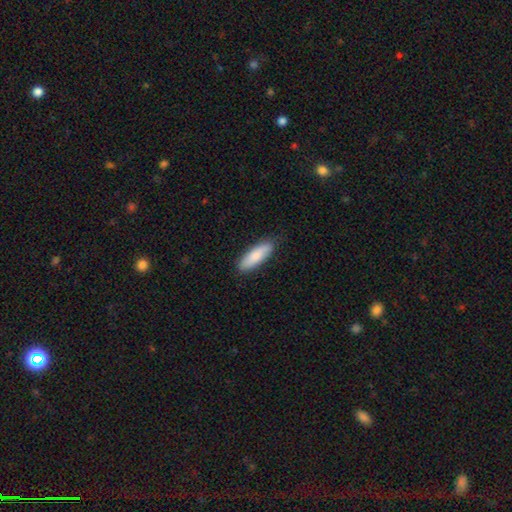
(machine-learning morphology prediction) smooth-or-featured: smooth: 85% | featured or disk: 10% | star or artifact: 5%
  how-rounded: in between: 55% | cigar-shaped: 43% | round: 2%
  merging: none: 86% | minor disturbance: 11% | major disturbance: 2% | merger: 1%